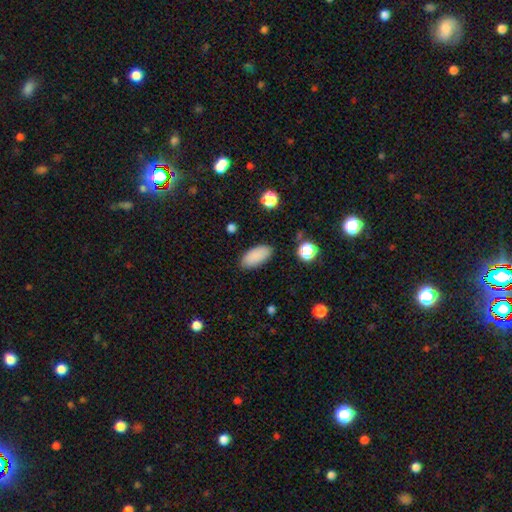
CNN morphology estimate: smooth_or_featured: smooth (p=0.87) [alt: star or artifact p=0.08]
how_rounded: in between (p=0.90) [alt: cigar-shaped p=0.07]
merging: none (p=0.86) [alt: minor disturbance p=0.10]